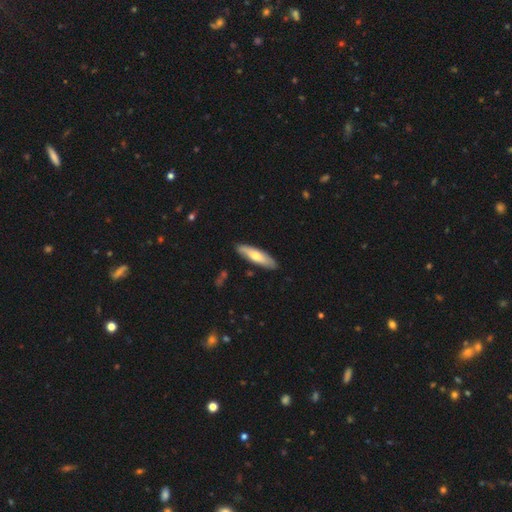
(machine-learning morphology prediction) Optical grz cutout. It shows a smooth galaxy with no disk features (61%) that is cigar-shaped (67%). Merging: none (87%).